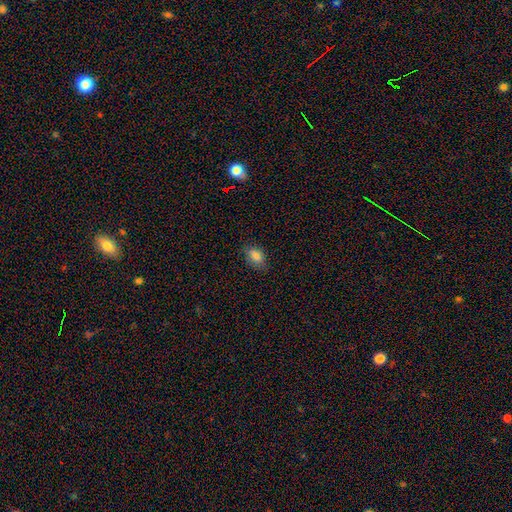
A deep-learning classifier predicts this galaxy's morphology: smooth 85%, star or artifact 9%, featured or disk 6%. Down the decision tree: how rounded — in between (87%); merging — none (78%).